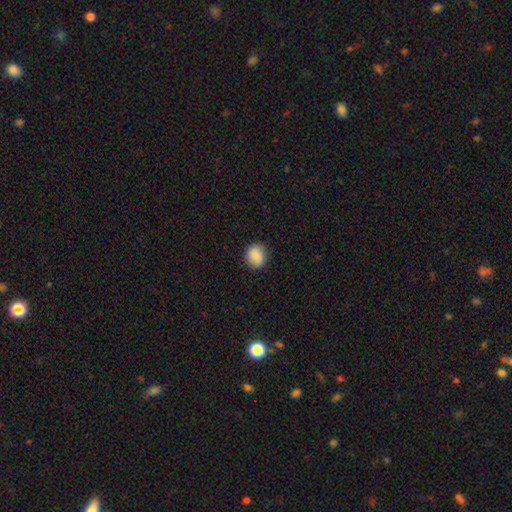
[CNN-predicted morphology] Smooth or featured? smooth (87%)
How rounded? round (84%)
Merging? none (87%)